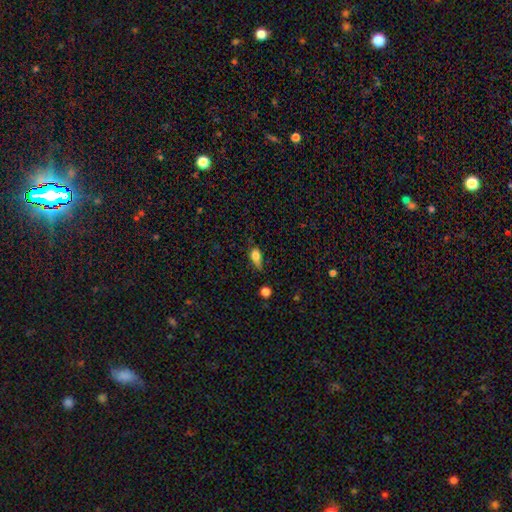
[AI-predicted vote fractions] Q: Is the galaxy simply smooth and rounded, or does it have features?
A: smooth — 76%.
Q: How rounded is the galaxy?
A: in between — 75%.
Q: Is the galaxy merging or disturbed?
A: none — 43%.